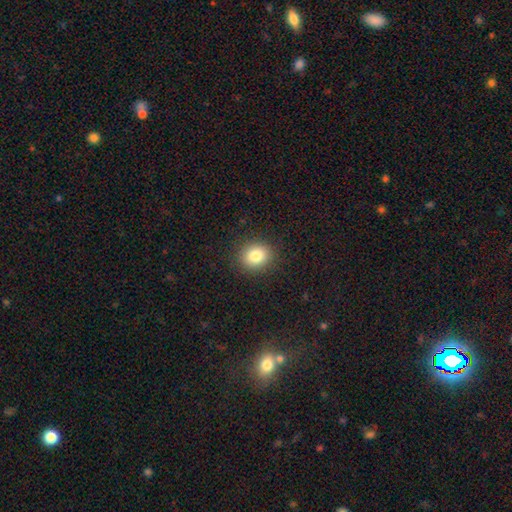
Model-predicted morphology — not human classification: smooth 83%, star or artifact 10%, featured or disk 7%. Down the decision tree: how rounded — round (71%); merging — none (90%).